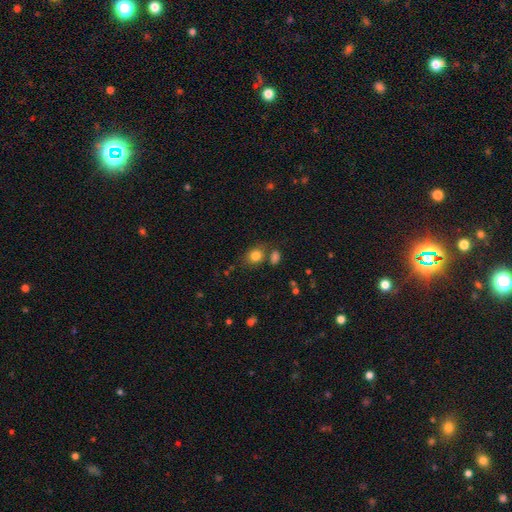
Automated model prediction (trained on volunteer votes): smooth_or_featured: smooth (p=0.82) [alt: star or artifact p=0.11]
how_rounded: round (p=0.58) [alt: in between p=0.41]
merging: none (p=0.65) [alt: minor disturbance p=0.15]